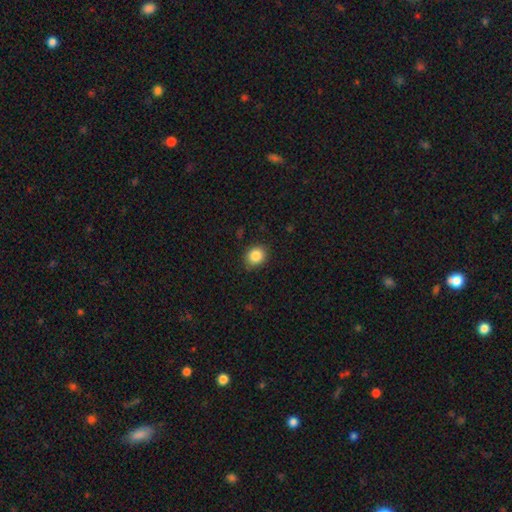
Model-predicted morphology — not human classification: smooth-or-featured: smooth: 86% | star or artifact: 10% | featured or disk: 5%
  how-rounded: round: 71% | in between: 28% | cigar-shaped: 1%
  merging: none: 87% | minor disturbance: 10% | major disturbance: 2% | merger: 1%